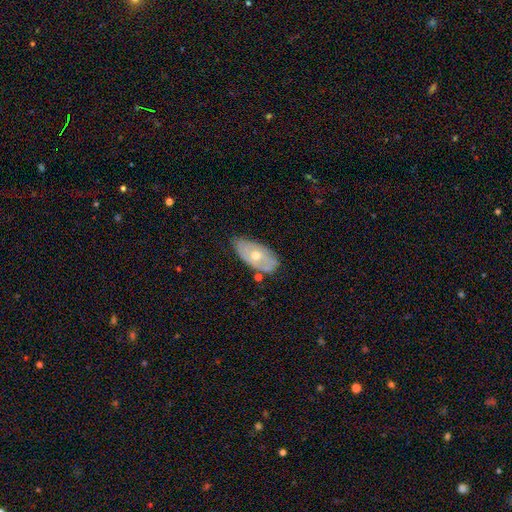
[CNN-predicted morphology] Overall: featured or disk (48%; smooth 46%). Merging: none (61%; minor disturbance 29%).